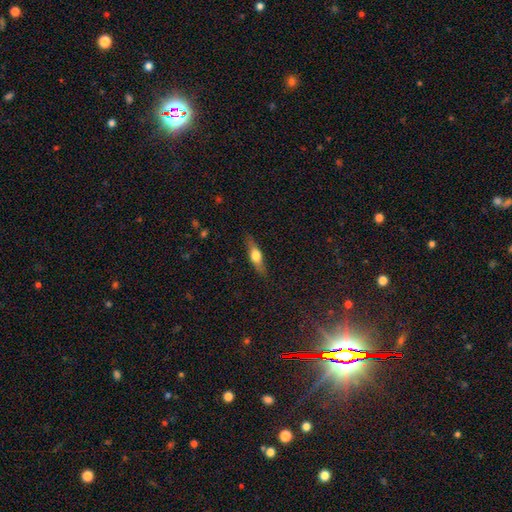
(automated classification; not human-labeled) Q: Smooth or featured?
A: featured or disk (47%); runner-up: smooth (46%)
Q: Merging?
A: none (86%); runner-up: minor disturbance (11%)